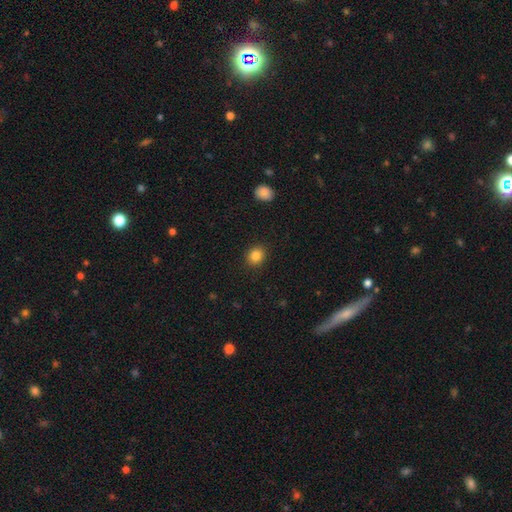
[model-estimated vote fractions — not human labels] This is clearly a smooth galaxy (85%). How rounded: likely round (72%). Merging: clearly none (91%).